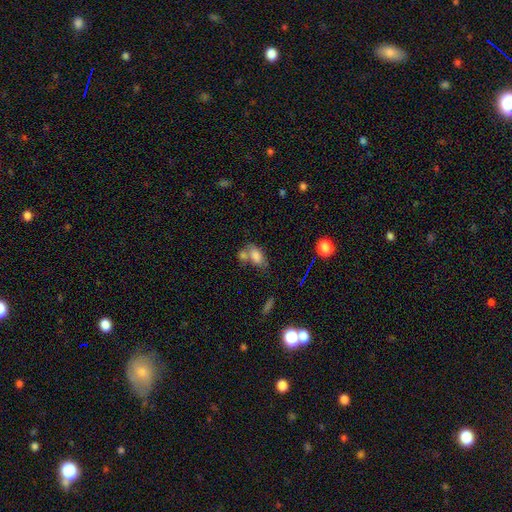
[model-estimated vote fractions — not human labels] smooth_or_featured: smooth (p=0.77) [alt: featured or disk p=0.12]
how_rounded: in between (p=0.88) [alt: round p=0.09]
merging: merger (p=0.46) [alt: none p=0.33]